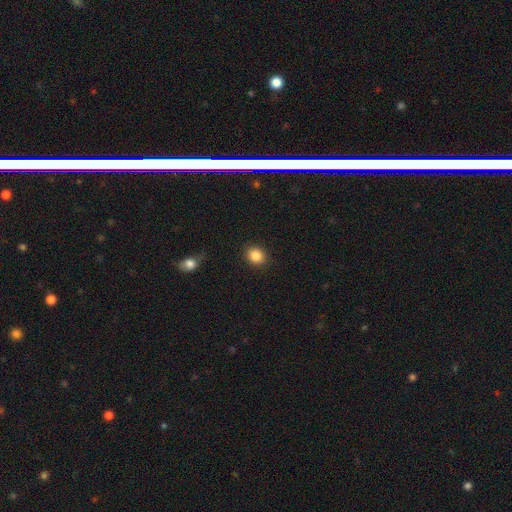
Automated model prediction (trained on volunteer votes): The model was most divided on "how rounded": round: 69%, in between: 30%, cigar-shaped: 1%. More confident: merging — none (90%); smooth or featured — smooth (86%).